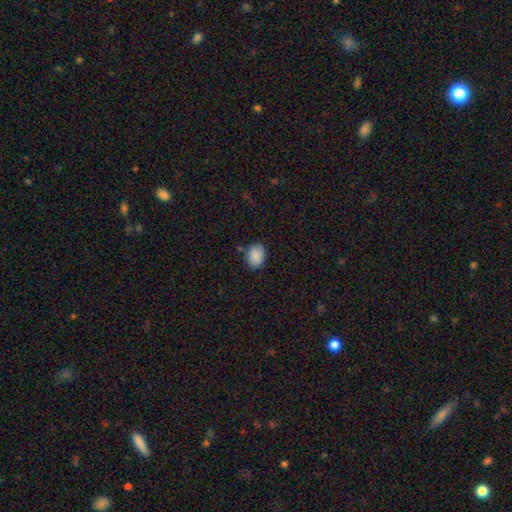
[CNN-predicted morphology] A smooth galaxy with no disk features (88%) that is in between round and cigar-shaped (73%). Merging: none (78%).